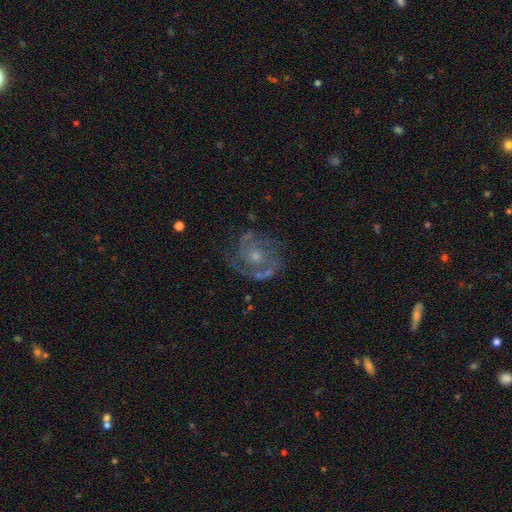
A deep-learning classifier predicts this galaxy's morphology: type=featured or disk (83%); edge-on=no (98%); bar=no (74%); spiral arms=yes (92%); winding=tight (45%); arm count=2 (53%); bulge=moderate (48%); merging=none (68%).